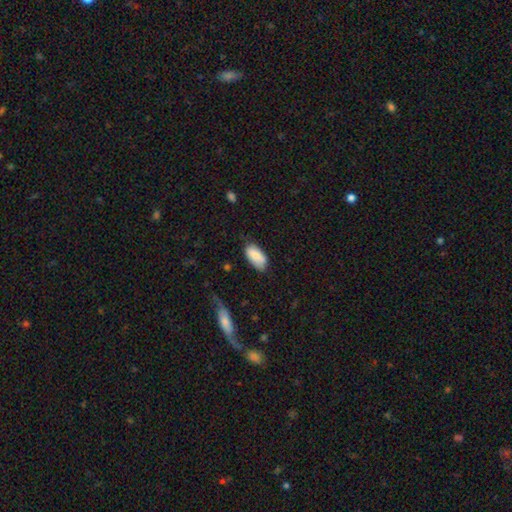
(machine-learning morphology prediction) The model was most divided on "merging": none: 67%, minor disturbance: 25%, major disturbance: 5%, merger: 3%. More confident: how rounded — in between (94%); smooth or featured — smooth (81%).